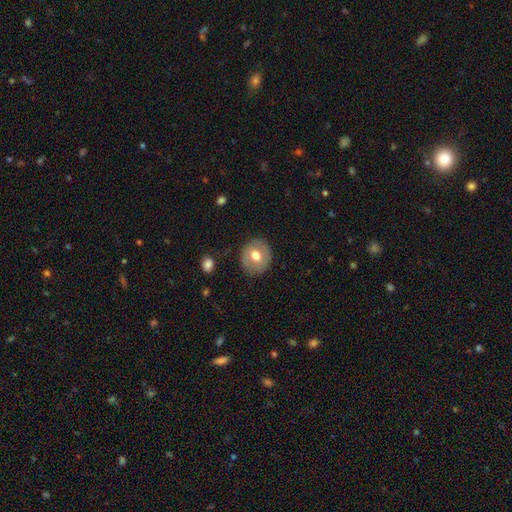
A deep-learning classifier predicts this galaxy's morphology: Smooth or featured? smooth (63%)
How rounded? round (80%)
Merging? none (84%)